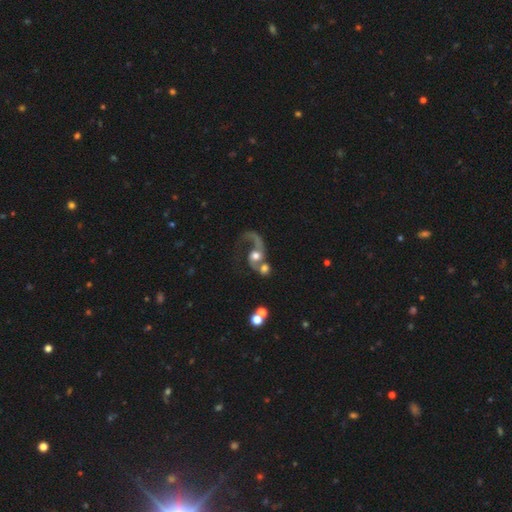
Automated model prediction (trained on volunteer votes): This is likely a featured or disk galaxy (68%). It is clearly not viewed edge-on (97%). Bar: likely no (71%). Spiral arm pattern: clearly yes (82%). Spiral arm count: possibly 1 (51%). Spiral winding: likely loose (74%). Central bulge: possibly moderate (56%). Merging: possibly merger (45%).